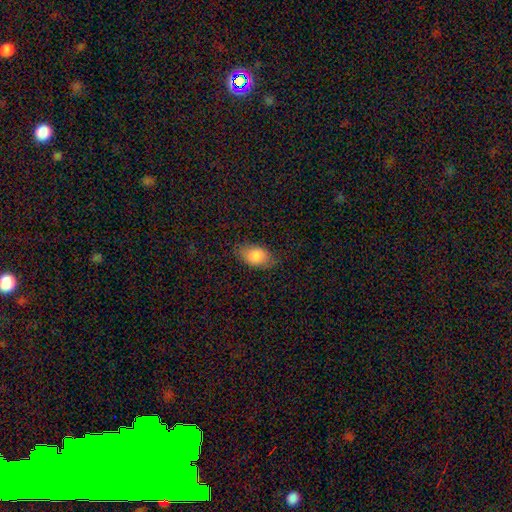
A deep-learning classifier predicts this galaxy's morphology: Q: Smooth or featured?
A: smooth (85%); runner-up: featured or disk (8%)
Q: How rounded?
A: in between (89%); runner-up: round (9%)
Q: Merging?
A: none (73%); runner-up: minor disturbance (20%)